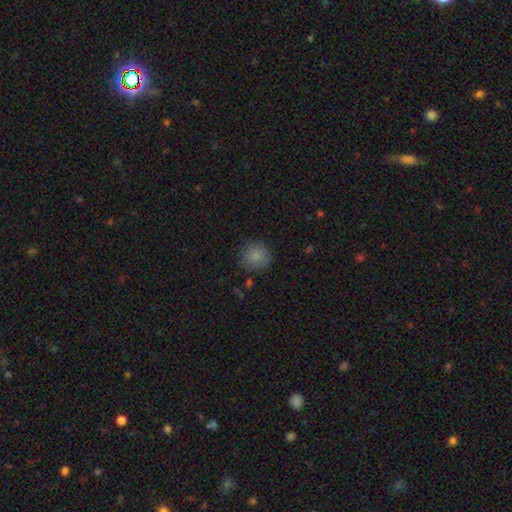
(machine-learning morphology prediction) This is clearly a smooth galaxy (84%). How rounded: clearly round (91%). Merging: clearly none (82%).